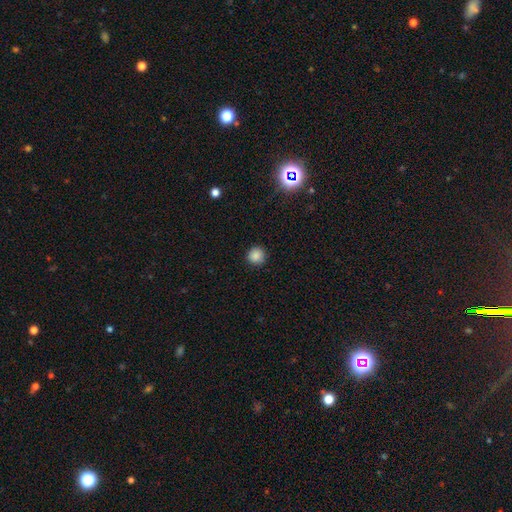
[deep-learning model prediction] Smooth or featured? smooth (86%)
How rounded? round (94%)
Merging? none (90%)